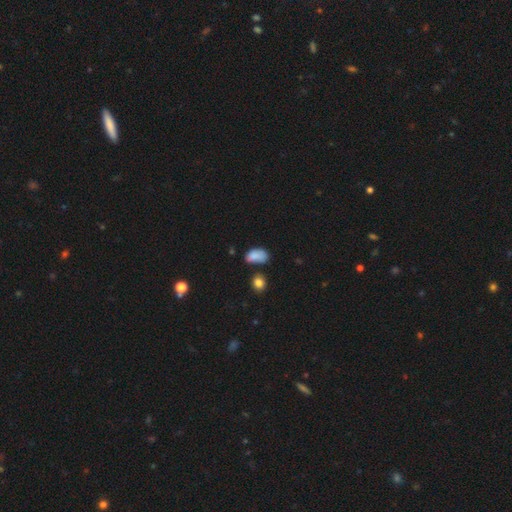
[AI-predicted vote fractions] Smooth or featured? smooth (80%)
How rounded? in between (87%)
Merging? none (40%)